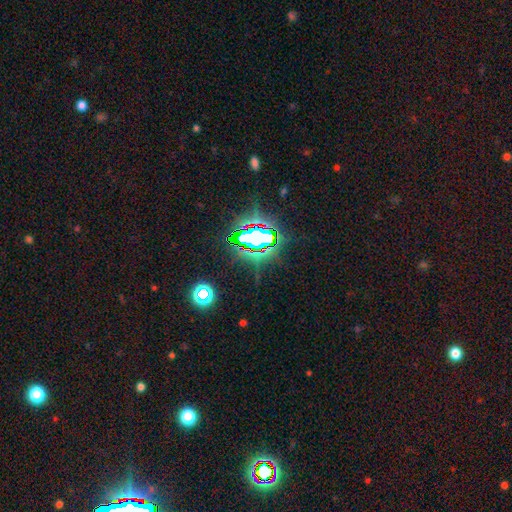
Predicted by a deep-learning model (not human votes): smooth_or_featured: star or artifact (p=0.83) [alt: smooth p=0.10]